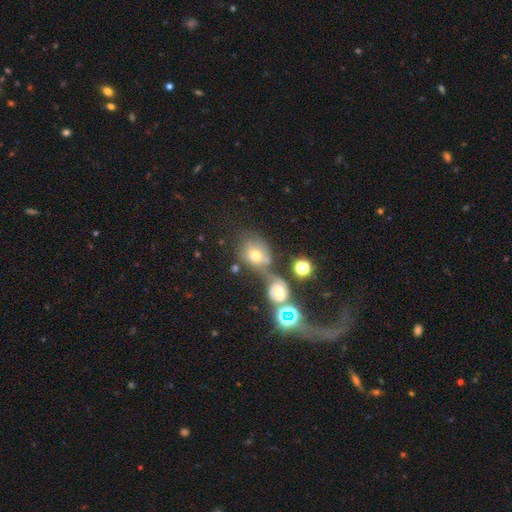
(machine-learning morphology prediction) A smooth galaxy with no disk features (53%) that is round (52%). Merging: merger (46%).